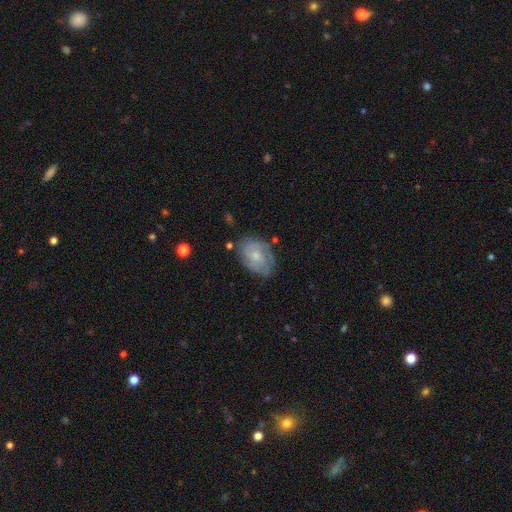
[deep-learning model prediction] Smooth or featured? Predicted: featured or disk (p=0.53). Edge-on disk? Predicted: no (p=0.96). Bar? Predicted: no (p=0.73). Spiral arms? Predicted: yes (p=0.73). Bulge size? Predicted: small (p=0.51). Merging? Predicted: none (p=0.71).